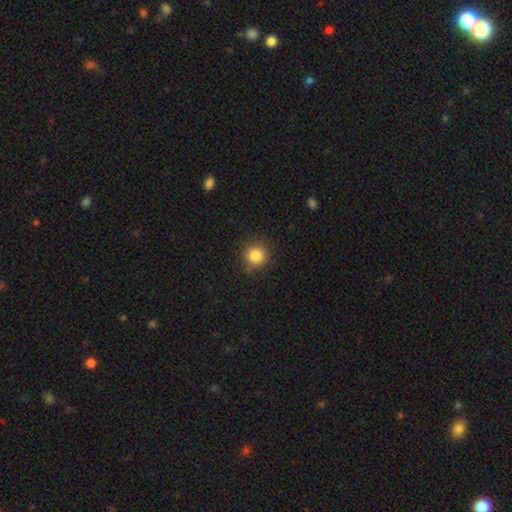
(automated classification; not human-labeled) The model was most divided on "smooth or featured": smooth: 84%, star or artifact: 11%, featured or disk: 5%. More confident: how rounded — round (93%); merging — none (86%).